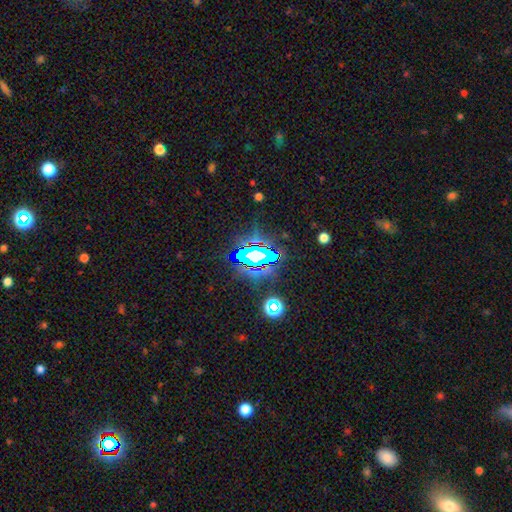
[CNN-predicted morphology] This appears to be a star or artifact, not a galaxy (68%).